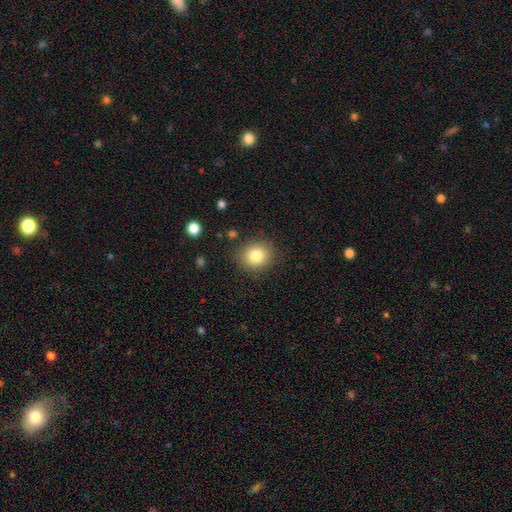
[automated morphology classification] Smooth or featured: smooth — 81% (star or artifact — 11%)
How rounded: round — 77% (in between — 22%)
Merging: none — 86% (minor disturbance — 9%)